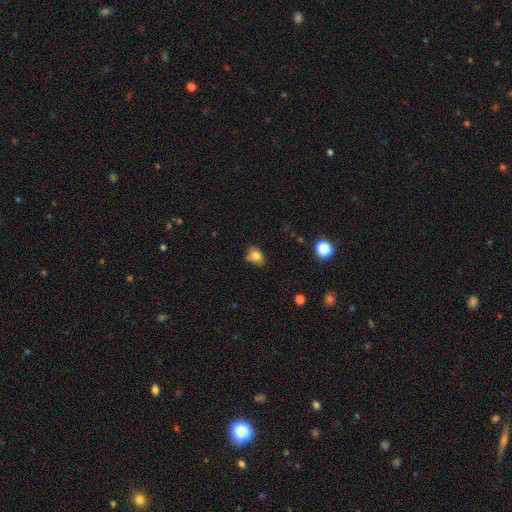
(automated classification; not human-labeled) Smooth or featured? smooth (78%)
How rounded? in between (60%)
Merging? none (55%)